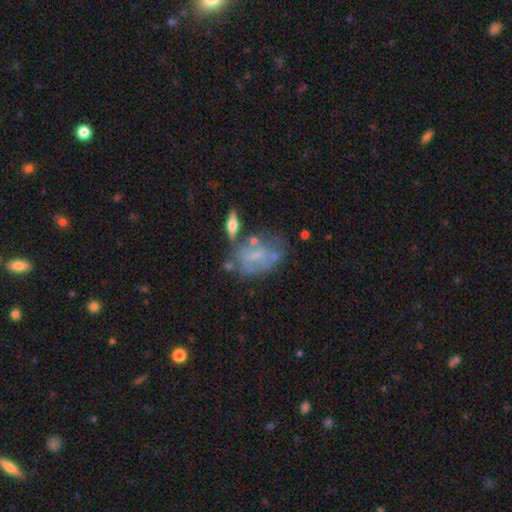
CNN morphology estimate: The model was most divided on "smooth or featured": featured or disk: 45%, smooth: 43%, star or artifact: 12%. Remaining: merging — none (37%).